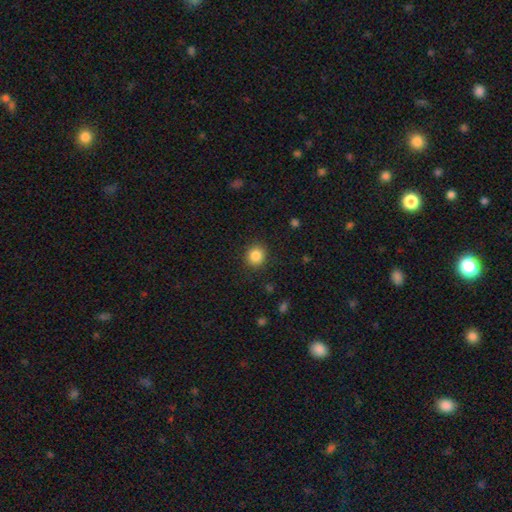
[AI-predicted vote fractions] smooth_or_featured: smooth (p=0.85) [alt: star or artifact p=0.10]
how_rounded: round (p=0.88) [alt: in between p=0.11]
merging: none (p=0.89) [alt: minor disturbance p=0.07]